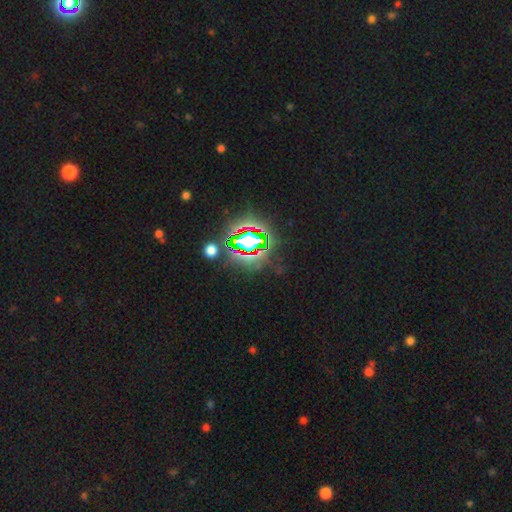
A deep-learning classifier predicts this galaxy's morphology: The model was most divided on "smooth or featured": star or artifact: 81%, smooth: 11%, featured or disk: 8%.